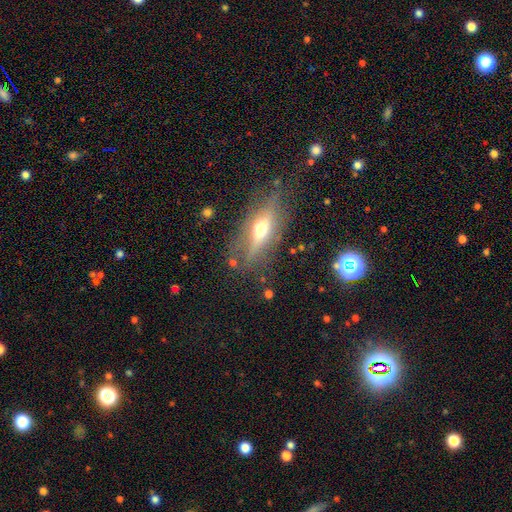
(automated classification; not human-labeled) This is possibly a featured or disk galaxy (57%). It is likely viewed edge-on (76%). Merging: likely none (73%).